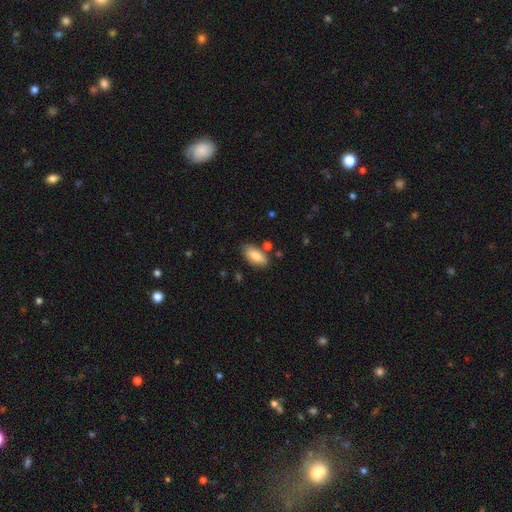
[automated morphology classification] A smooth galaxy with no disk features (81%) that is in between round and cigar-shaped (90%). Merging: none (78%).